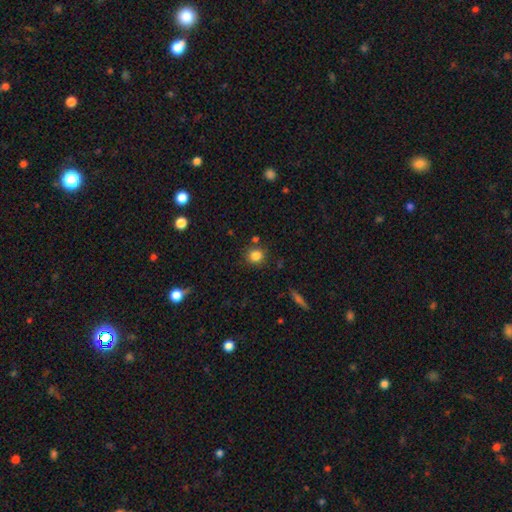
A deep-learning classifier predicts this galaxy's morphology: Overall: smooth (83%). How rounded: round (84%). Merging: none (80%).